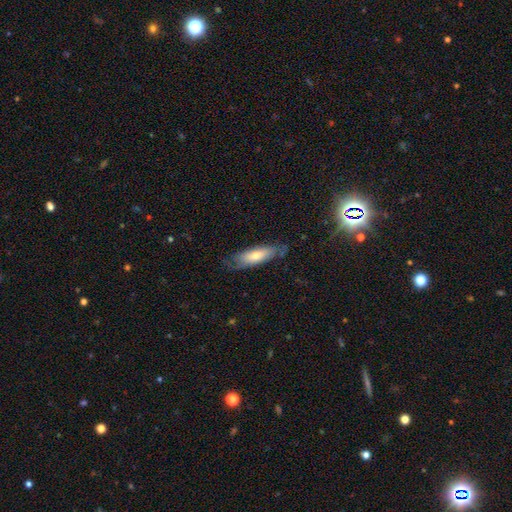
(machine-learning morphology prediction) Smooth or featured? smooth (59%)
How rounded? cigar-shaped (56%)
Merging? none (71%)